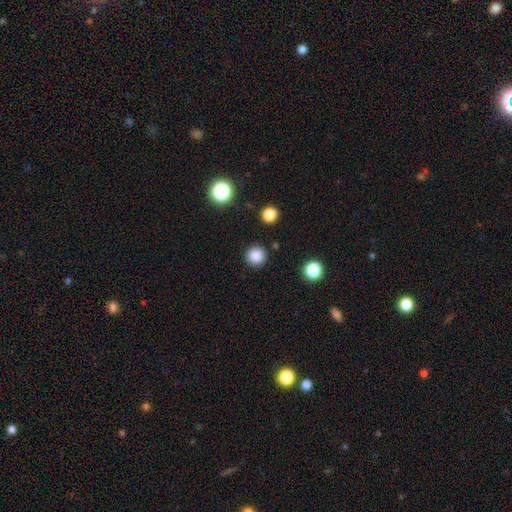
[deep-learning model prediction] Smooth or featured? Predicted: smooth (p=0.85). How rounded? Predicted: round (p=0.94). Merging? Predicted: none (p=0.90).